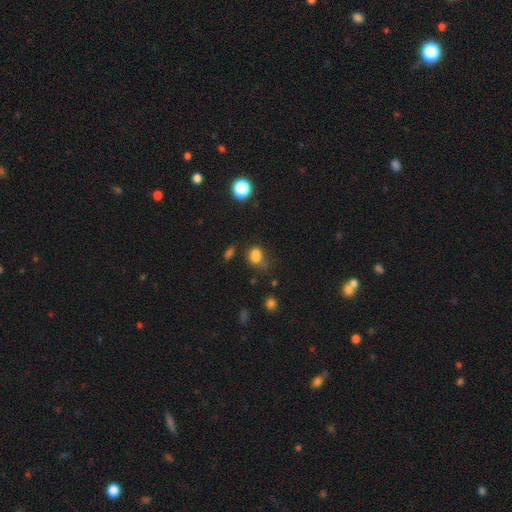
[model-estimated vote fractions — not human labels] smooth_or_featured: smooth (p=0.80) [alt: star or artifact p=0.13]
how_rounded: in between (p=0.71) [alt: round p=0.27]
merging: none (p=0.50) [alt: minor disturbance p=0.28]